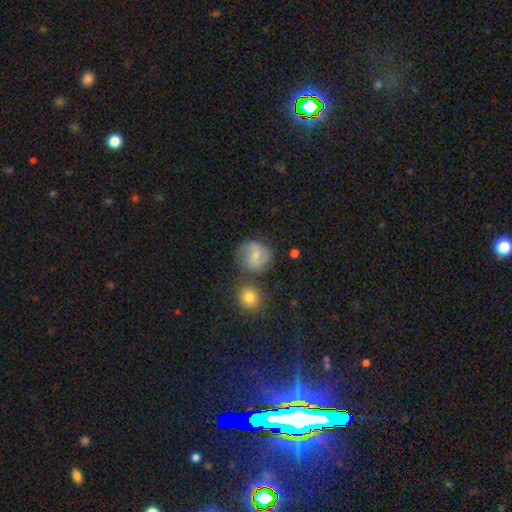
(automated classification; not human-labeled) Smooth or featured? Predicted: smooth (p=0.58). How rounded? Predicted: round (p=0.85). Merging? Predicted: none (p=0.63).